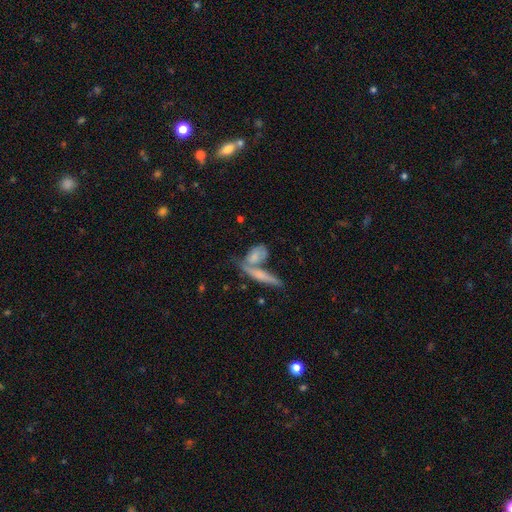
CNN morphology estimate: Smooth or featured?
  - smooth: 60% *
  - featured or disk: 32%
  - star or artifact: 7%
How rounded?
  - in between: 61% *
  - cigar-shaped: 30%
  - round: 9%
Merging?
  - merger: 45% *
  - none: 34%
  - minor disturbance: 14%
  - major disturbance: 7%